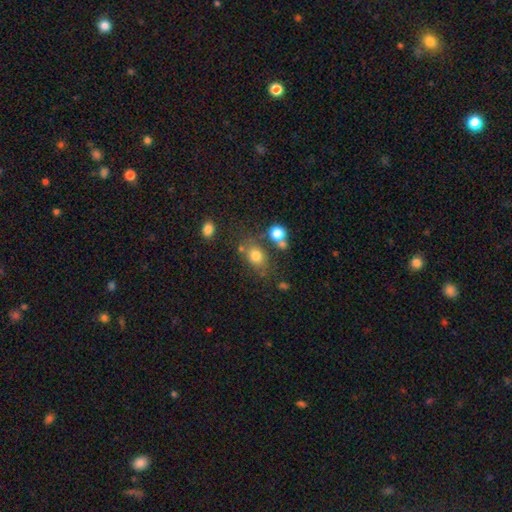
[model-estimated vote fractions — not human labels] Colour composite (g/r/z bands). It shows a smooth galaxy with no disk features (76%) that is in between round and cigar-shaped (57%). Merging: none (62%).